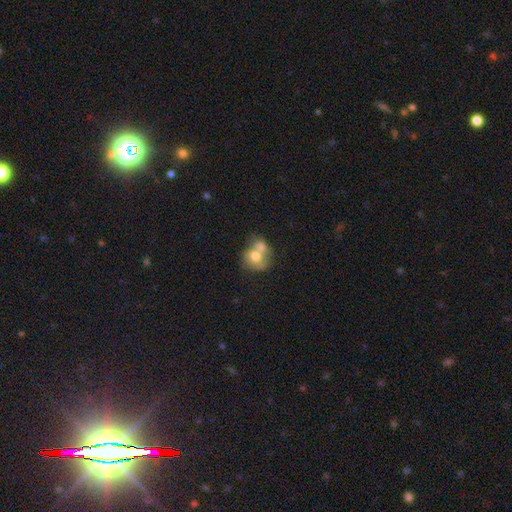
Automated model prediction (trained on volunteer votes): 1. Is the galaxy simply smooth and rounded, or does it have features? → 66% smooth, 25% featured or disk, 8% star or artifact.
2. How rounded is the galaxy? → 65% round, 34% in between, 1% cigar-shaped.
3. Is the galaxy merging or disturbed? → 62% merger, 22% none, 10% minor disturbance, 6% major disturbance.